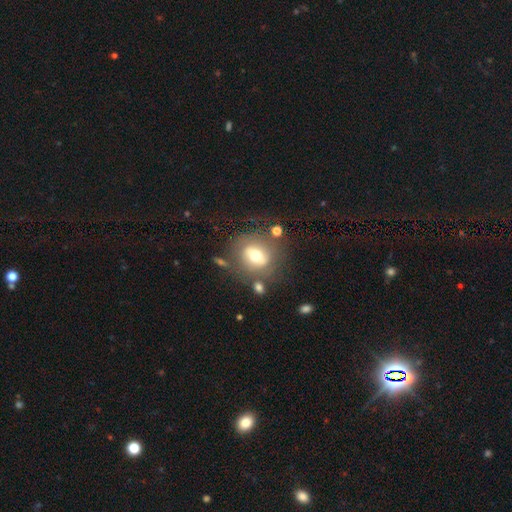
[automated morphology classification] Q: Smooth or featured?
A: smooth (52%); runner-up: featured or disk (38%)
Q: How rounded?
A: round (68%); runner-up: in between (31%)
Q: Merging?
A: none (65%); runner-up: minor disturbance (16%)